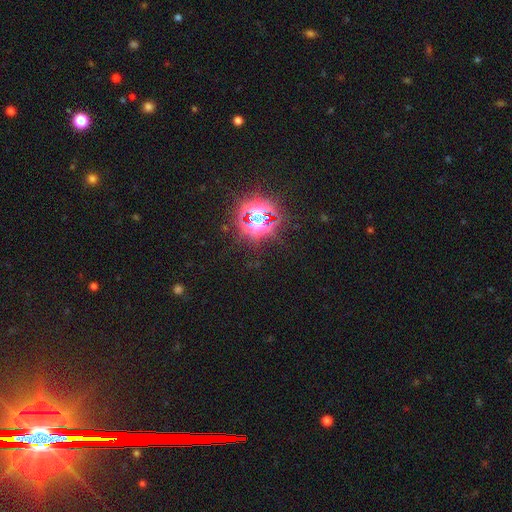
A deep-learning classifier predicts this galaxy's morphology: A star or artifact, not a galaxy (83%).